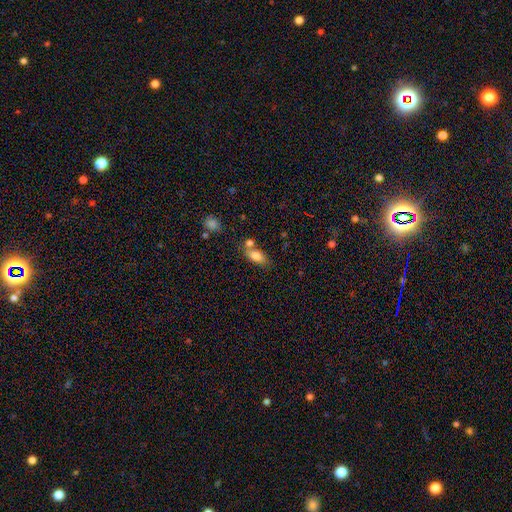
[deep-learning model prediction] Smooth or featured: smooth — 83% (star or artifact — 9%)
How rounded: in between — 87% (cigar-shaped — 8%)
Merging: none — 55% (merger — 26%)